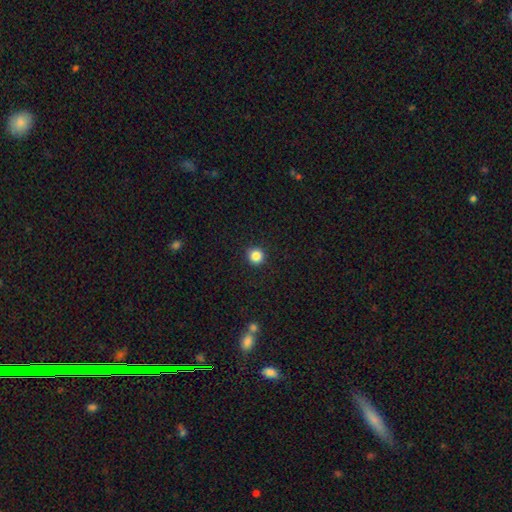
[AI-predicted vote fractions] Smooth or featured? smooth (85%)
How rounded? round (94%)
Merging? none (92%)